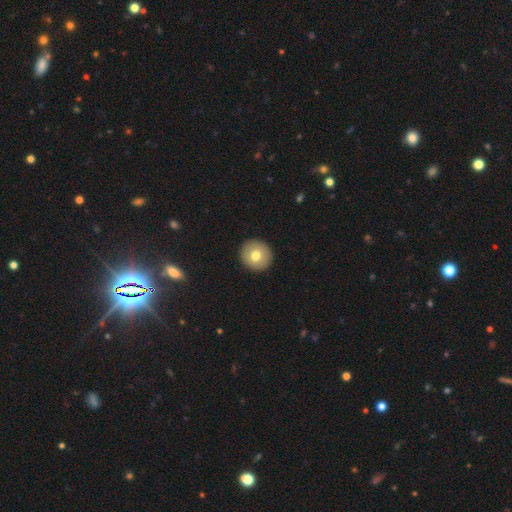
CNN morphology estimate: This is likely a smooth galaxy (75%). How rounded: clearly round (93%). Merging: clearly none (93%).